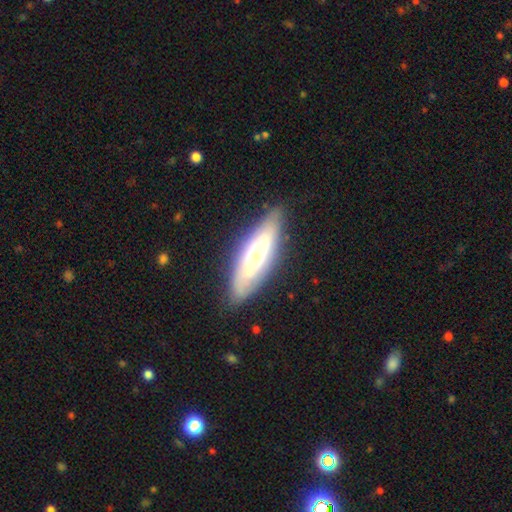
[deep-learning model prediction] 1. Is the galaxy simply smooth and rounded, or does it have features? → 52% smooth, 41% featured or disk, 7% star or artifact.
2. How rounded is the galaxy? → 52% in between, 46% cigar-shaped, 2% round.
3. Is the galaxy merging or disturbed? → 80% none, 15% minor disturbance, 4% major disturbance, 1% merger.